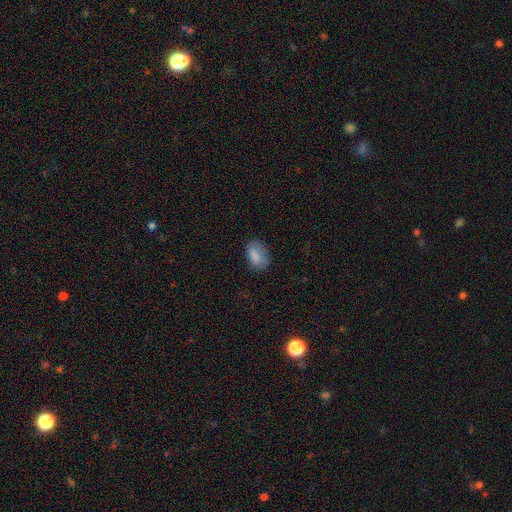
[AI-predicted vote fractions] A smooth galaxy with no disk features (83%) that is in between round and cigar-shaped (88%). Merging: none (70%).